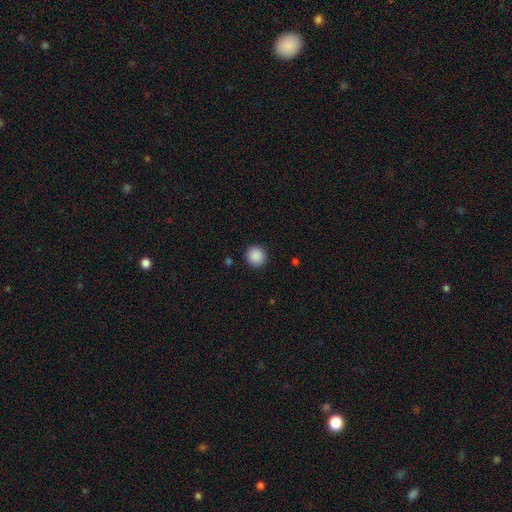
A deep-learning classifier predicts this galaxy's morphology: A smooth galaxy with no disk features (89%) that is round (93%). Merging: none (92%).